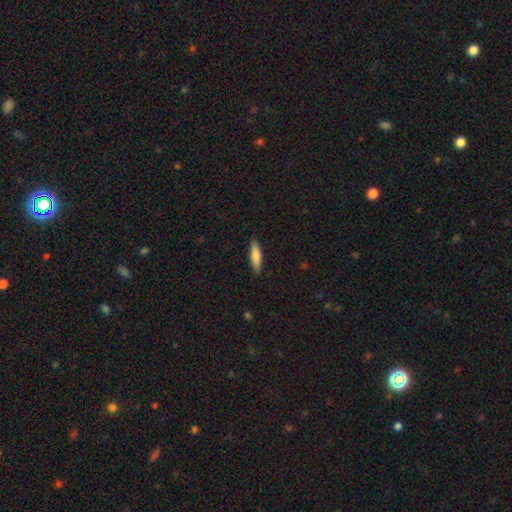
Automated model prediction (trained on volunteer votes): Q: Smooth or featured?
A: smooth (81%); runner-up: featured or disk (13%)
Q: How rounded?
A: cigar-shaped (69%); runner-up: in between (29%)
Q: Merging?
A: none (88%); runner-up: minor disturbance (9%)